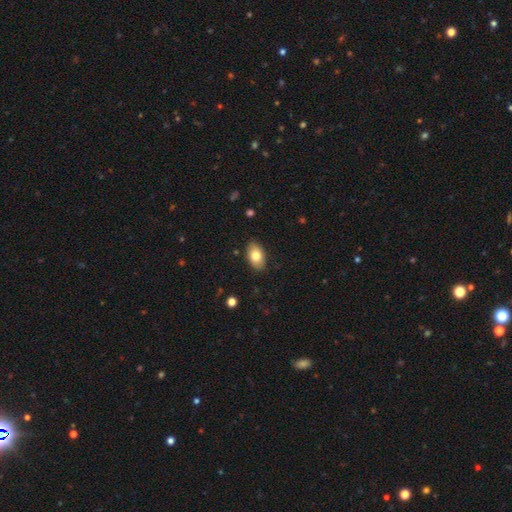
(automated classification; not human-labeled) Smooth or featured? Predicted: smooth (p=0.78). How rounded? Predicted: in between (p=0.91). Merging? Predicted: none (p=0.87).